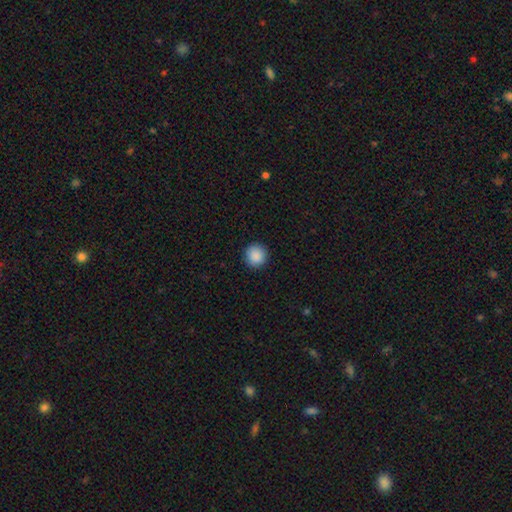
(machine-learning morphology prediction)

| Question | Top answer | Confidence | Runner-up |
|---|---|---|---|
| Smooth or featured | smooth | 89% | star or artifact (8%) |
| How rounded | round | 95% | in between (4%) |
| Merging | none | 92% | minor disturbance (5%) |